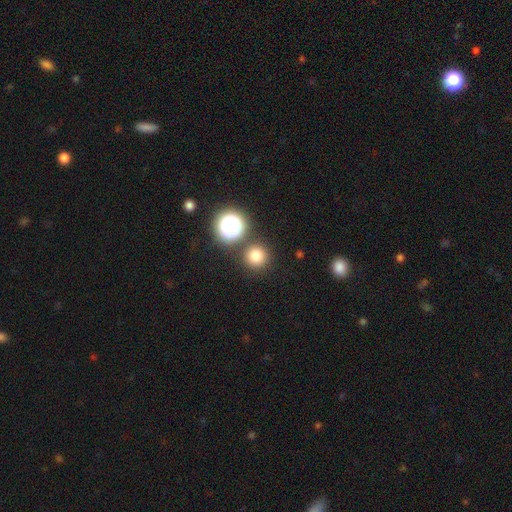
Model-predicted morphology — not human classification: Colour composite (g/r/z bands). It shows a smooth galaxy with no disk features (78%) that is round (95%). Merging: none (82%).